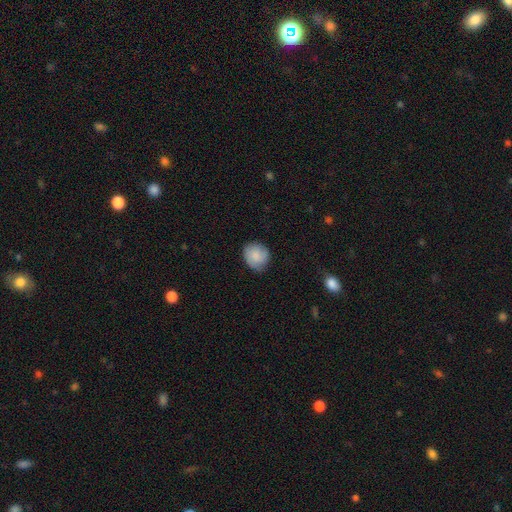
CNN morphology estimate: Smooth or featured: smooth — 77% (featured or disk — 16%)
How rounded: round — 78% (in between — 21%)
Merging: none — 73% (minor disturbance — 22%)